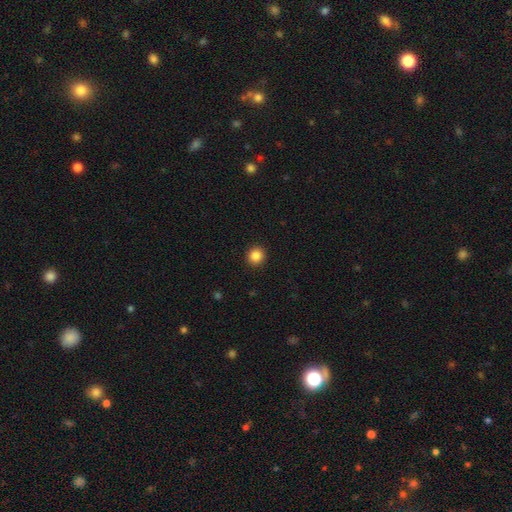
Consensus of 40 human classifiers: This appears to be a smooth galaxy with no disk features (90%) that is round (94%). Merging: none (92%).